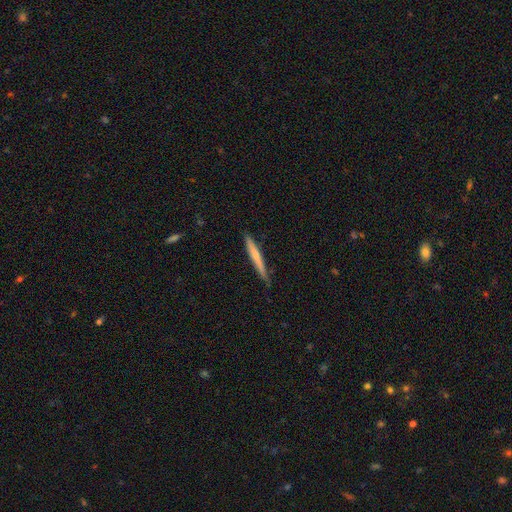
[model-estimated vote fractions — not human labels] smooth_or_featured: smooth (p=0.56) [alt: featured or disk p=0.39]
how_rounded: cigar-shaped (p=0.96) [alt: in between p=0.02]
merging: none (p=0.84) [alt: minor disturbance p=0.13]